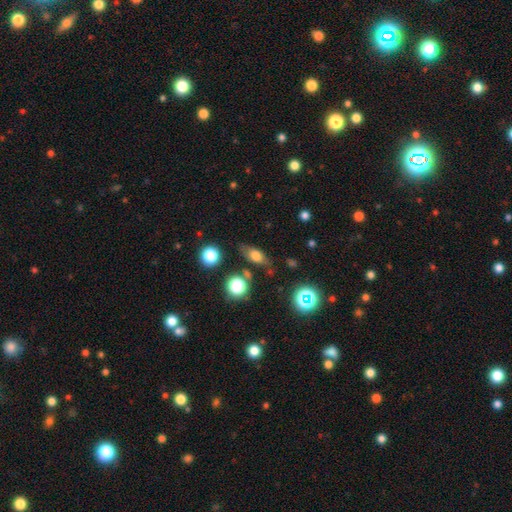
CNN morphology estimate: Smooth or featured: smooth — 67% (featured or disk — 19%)
How rounded: in between — 71% (round — 16%)
Merging: none — 71% (minor disturbance — 18%)